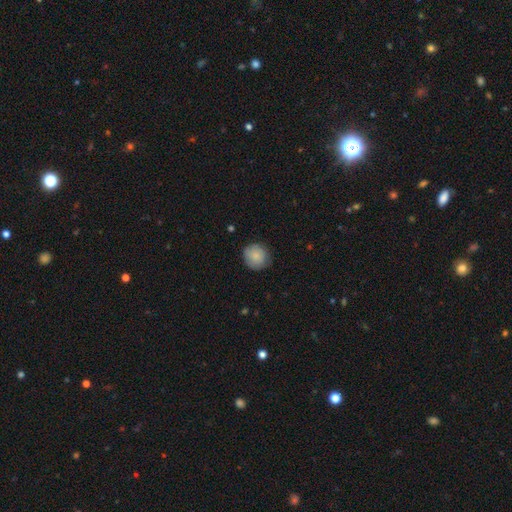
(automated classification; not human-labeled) smooth_or_featured: smooth (p=0.83) [alt: featured or disk p=0.10]
how_rounded: round (p=0.90) [alt: in between p=0.09]
merging: none (p=0.80) [alt: minor disturbance p=0.16]